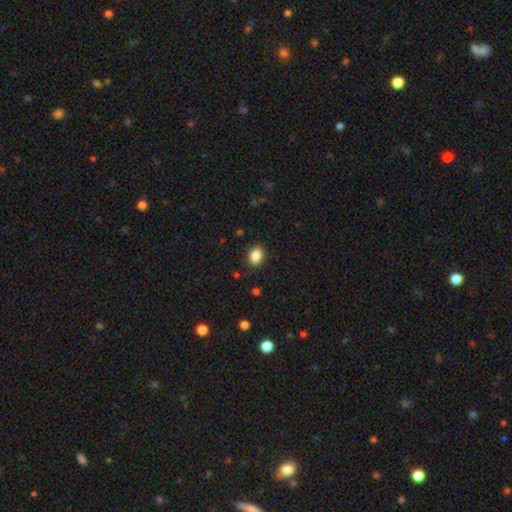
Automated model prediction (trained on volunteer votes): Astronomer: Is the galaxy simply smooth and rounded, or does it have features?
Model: smooth — 87%.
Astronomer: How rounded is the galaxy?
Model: in between — 70%.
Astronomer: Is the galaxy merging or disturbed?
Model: none — 88%.